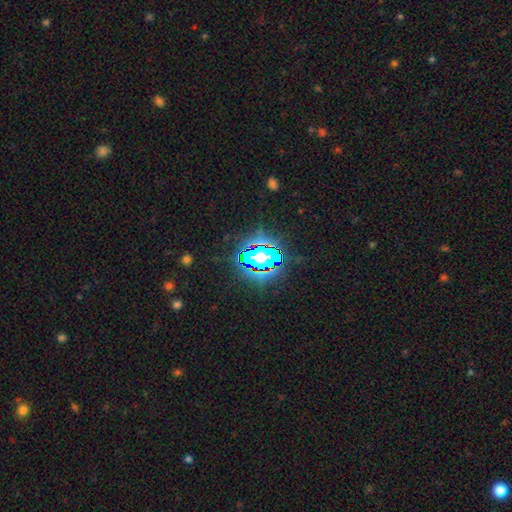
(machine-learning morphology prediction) star or artifact 70%, smooth 17%, featured or disk 13%.